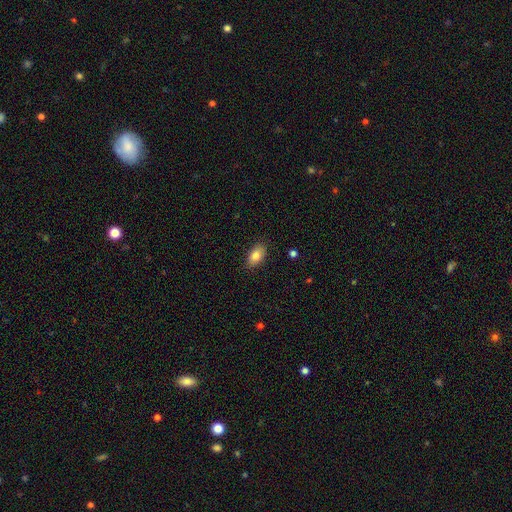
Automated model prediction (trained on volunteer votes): Morphology: type=smooth (83%); roundness=in between (91%); merging=none (87%).